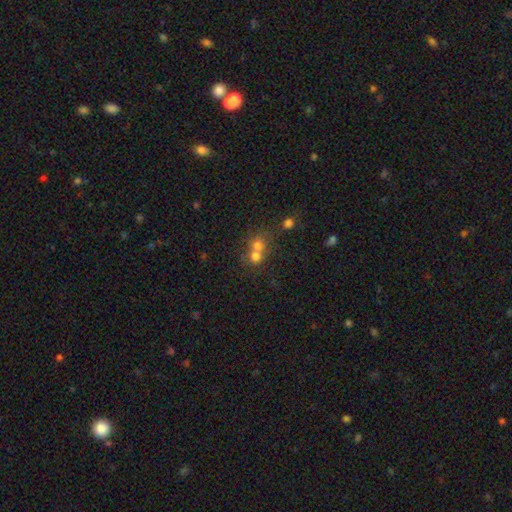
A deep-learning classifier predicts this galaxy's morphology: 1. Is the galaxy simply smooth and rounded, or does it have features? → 71% smooth, 15% star or artifact, 15% featured or disk.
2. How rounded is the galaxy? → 81% round, 18% in between, 1% cigar-shaped.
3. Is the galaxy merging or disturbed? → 60% merger, 32% none, 5% minor disturbance, 3% major disturbance.